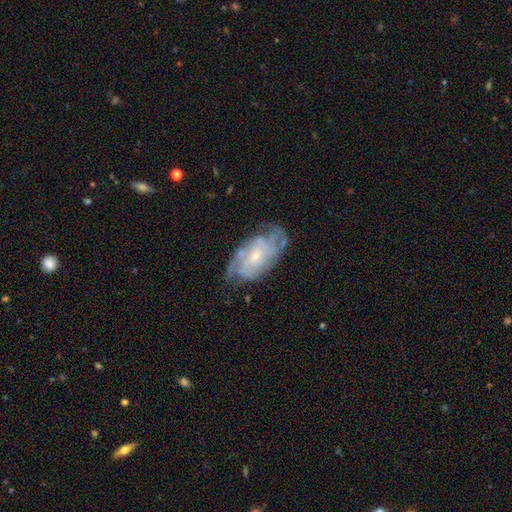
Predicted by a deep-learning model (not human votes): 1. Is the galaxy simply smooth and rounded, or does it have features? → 82% featured or disk, 12% smooth, 6% star or artifact.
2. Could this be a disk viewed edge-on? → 95% no, 5% yes.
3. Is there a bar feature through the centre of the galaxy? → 67% no, 27% weak, 6% strong.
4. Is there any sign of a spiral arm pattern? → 93% yes, 7% no.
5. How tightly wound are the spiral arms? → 56% tight, 34% medium, 11% loose.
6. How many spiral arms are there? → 37% can't tell, 27% 2, 16% 3, 10% 4, 5% more than 4, 5% 1.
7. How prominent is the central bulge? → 72% small, 24% moderate, 2% none, 2% large, 1% dominant.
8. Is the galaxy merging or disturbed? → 68% none, 21% minor disturbance, 9% major disturbance, 2% merger.